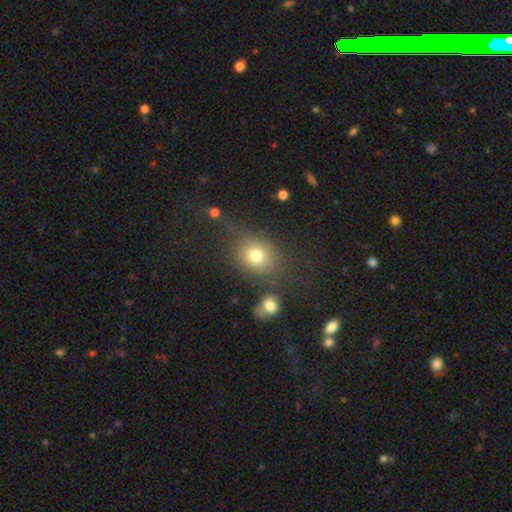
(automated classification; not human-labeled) Smooth or featured: smooth — 76% (star or artifact — 14%)
How rounded: round — 62% (in between — 37%)
Merging: none — 66% (minor disturbance — 14%)